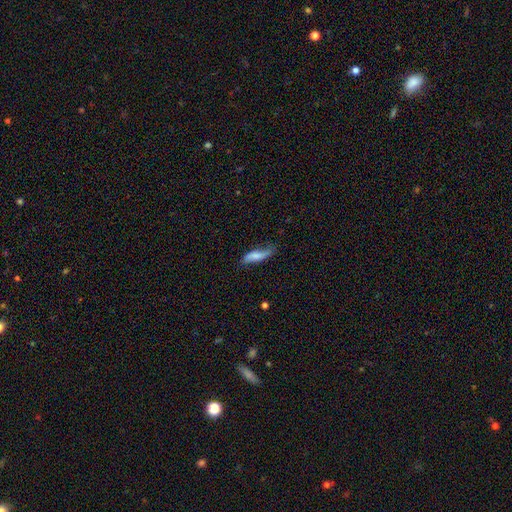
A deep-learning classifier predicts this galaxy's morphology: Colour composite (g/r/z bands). It shows a smooth galaxy with no disk features (59%) that is cigar-shaped (59%). Merging: none (57%).